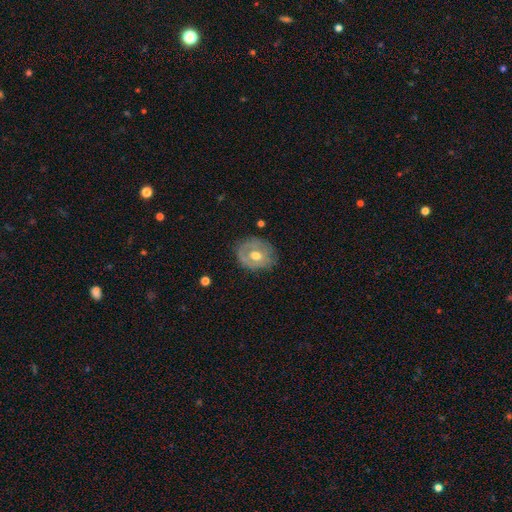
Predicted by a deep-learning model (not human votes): A featured or disk galaxy (53%) with no bar (72%), no spiral arms (64%) and a moderate central bulge (76%).

Vote fractions:
- Smooth or featured? featured or disk: 53% / smooth: 40% / star or artifact: 7%
- Edge-on disk? no: 95% / yes: 5%
- Bar? no: 72% / weak: 23% / strong: 5%
- Spiral arms? no: 64% / yes: 36%
- Bulge size? moderate: 76% / large: 13% / small: 9% / none: 1% / dominant: 1%
- Merging? none: 67% / minor disturbance: 23% / major disturbance: 8% / merger: 2%